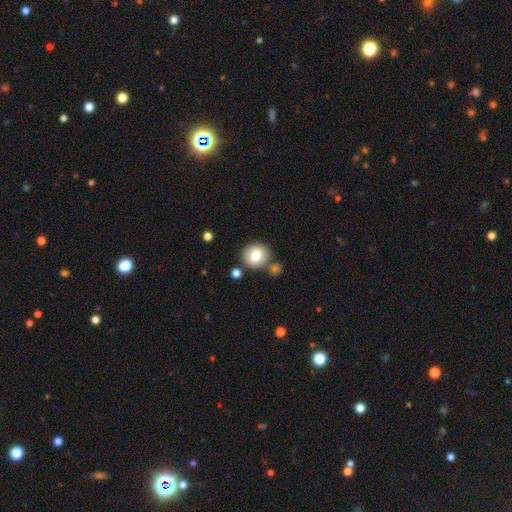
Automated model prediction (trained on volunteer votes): Q: Smooth or featured?
A: smooth (74%); runner-up: featured or disk (17%)
Q: How rounded?
A: round (76%); runner-up: in between (23%)
Q: Merging?
A: none (74%); runner-up: merger (12%)